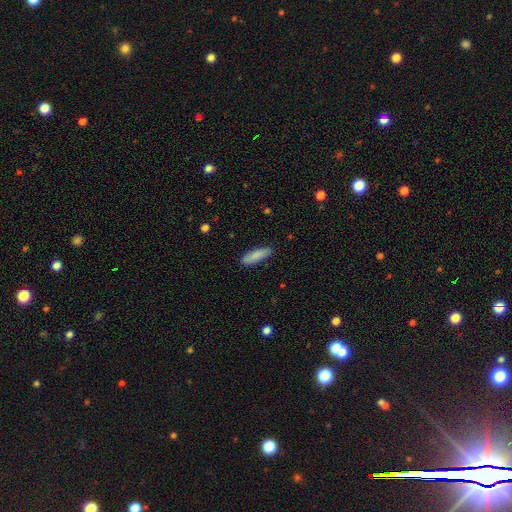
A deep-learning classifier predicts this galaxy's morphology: A smooth galaxy with no disk features (86%) that is cigar-shaped (57%).

Vote fractions:
- Smooth or featured? smooth: 86% / featured or disk: 8% / star or artifact: 6%
- How rounded? cigar-shaped: 57% / in between: 42% / round: 2%
- Merging? none: 86% / minor disturbance: 10% / major disturbance: 2% / merger: 1%